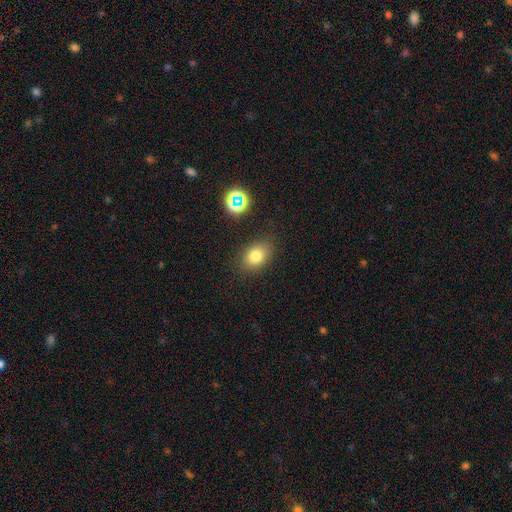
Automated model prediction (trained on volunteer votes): Smooth or featured? Predicted: smooth (p=0.78). How rounded? Predicted: in between (p=0.72). Merging? Predicted: none (p=0.82).